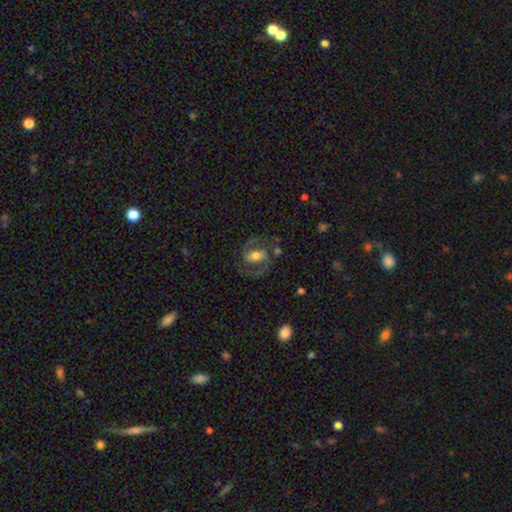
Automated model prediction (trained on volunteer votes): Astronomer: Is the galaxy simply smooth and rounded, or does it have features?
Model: featured or disk — 77%.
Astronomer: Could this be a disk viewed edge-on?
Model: no — 96%.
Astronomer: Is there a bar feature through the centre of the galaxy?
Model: weak — 38% (runner-up: strong, 36%).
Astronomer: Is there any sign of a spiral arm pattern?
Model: yes — 89%.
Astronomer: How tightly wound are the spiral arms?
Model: medium — 58%.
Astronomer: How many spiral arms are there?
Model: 2 — 89%.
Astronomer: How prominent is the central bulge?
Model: moderate — 63%.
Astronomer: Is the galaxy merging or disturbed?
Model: none — 70%.